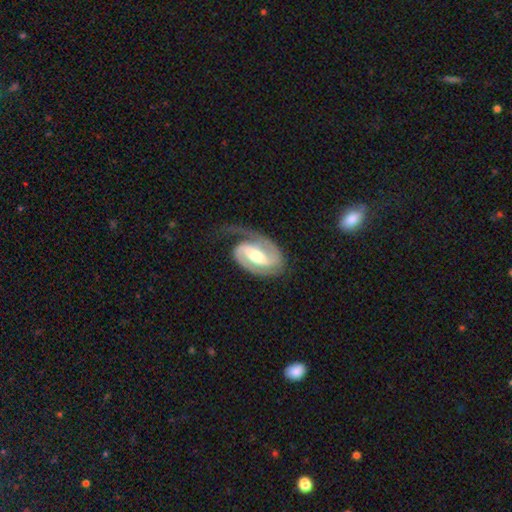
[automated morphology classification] type=featured or disk (90%); edge-on=no (97%); bar=strong (45%); spiral arms=yes (97%); winding=medium (44%); arm count=2 (75%); bulge=moderate (66%); merging=none (55%).